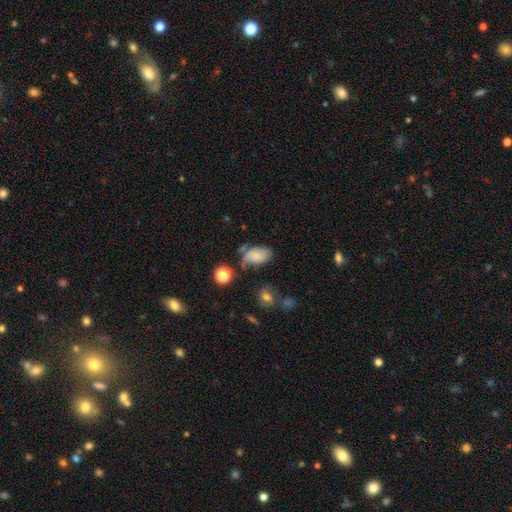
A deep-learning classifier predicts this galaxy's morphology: Smooth or featured: smooth — 66% (featured or disk — 23%)
How rounded: in between — 90% (round — 8%)
Merging: none — 44% (minor disturbance — 31%)